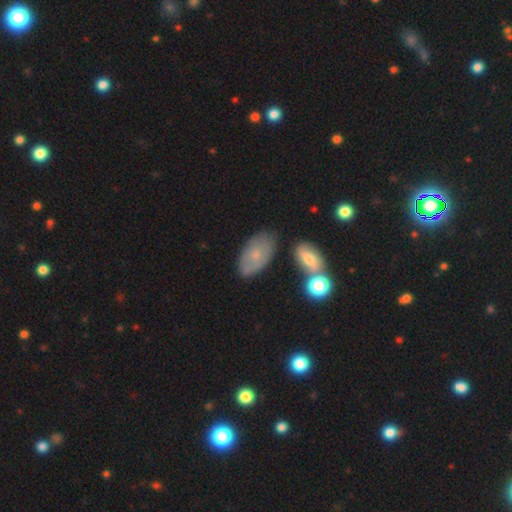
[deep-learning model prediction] A smooth galaxy with no disk features (58%) that is in between round and cigar-shaped (92%). Merging: none (64%).